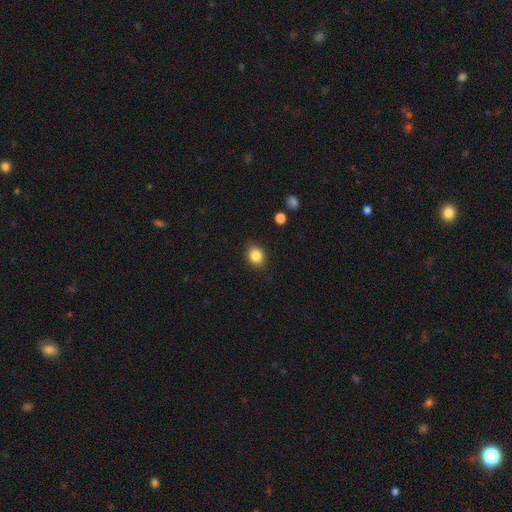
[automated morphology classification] This is clearly a smooth galaxy (85%). How rounded: likely round (61%). Merging: clearly none (87%).